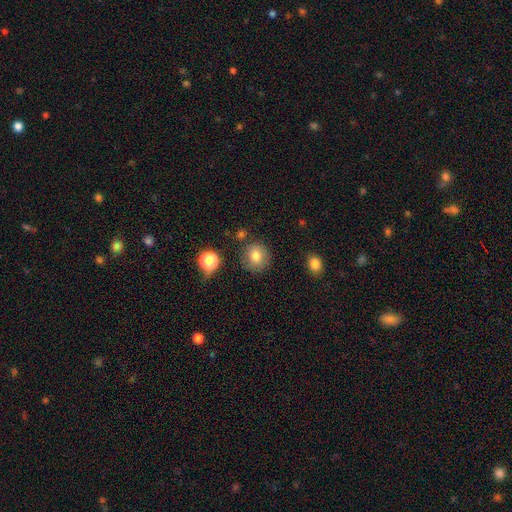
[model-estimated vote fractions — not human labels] smooth_or_featured: smooth (p=0.80) [alt: star or artifact p=0.11]
how_rounded: round (p=0.87) [alt: in between p=0.12]
merging: none (p=0.79) [alt: minor disturbance p=0.13]